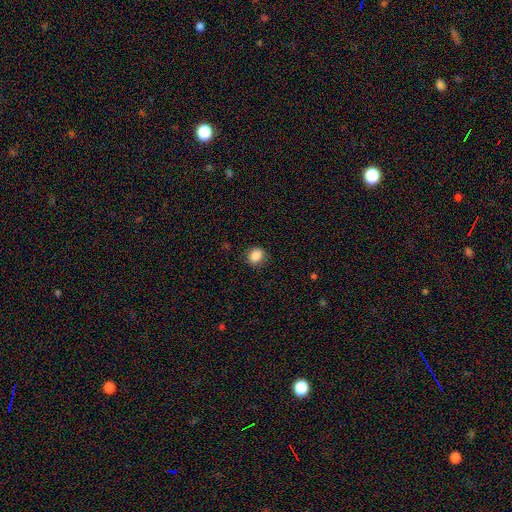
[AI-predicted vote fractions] Q: Smooth or featured?
A: smooth (87%); runner-up: star or artifact (9%)
Q: How rounded?
A: round (66%); runner-up: in between (33%)
Q: Merging?
A: none (84%); runner-up: minor disturbance (11%)